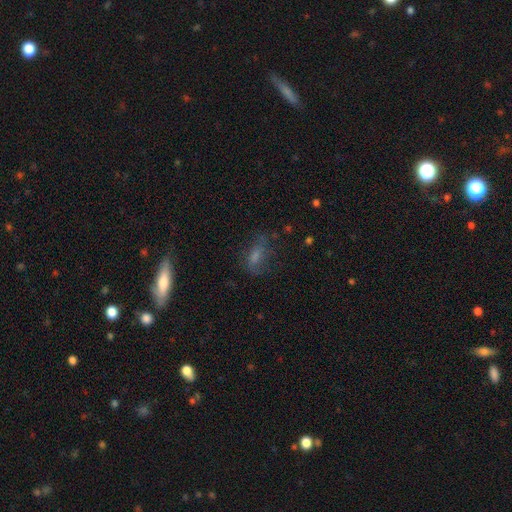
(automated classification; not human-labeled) Smooth or featured? Predicted: smooth (p=0.61). How rounded? Predicted: in between (p=0.74). Merging? Predicted: none (p=0.55).